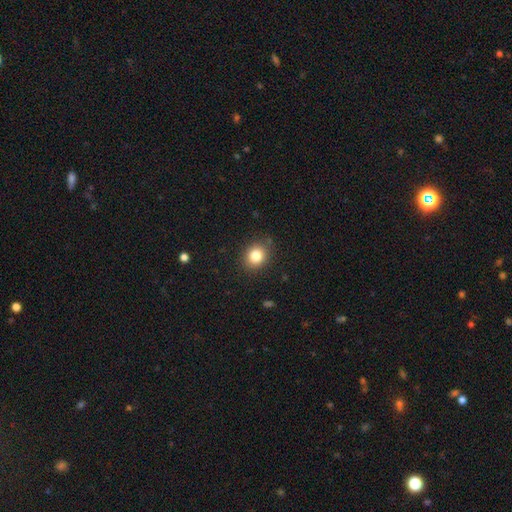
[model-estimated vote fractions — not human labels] Overall: smooth (82%). How rounded: round (70%). Merging: none (87%).